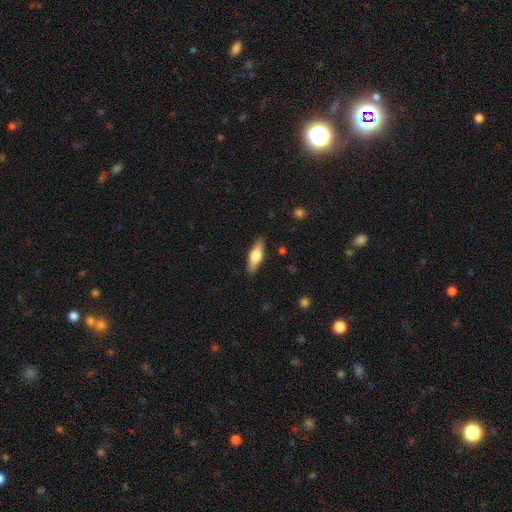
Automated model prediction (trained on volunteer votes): Smooth or featured? Predicted: smooth (p=0.53). How rounded? Predicted: in between (p=0.50). Merging? Predicted: none (p=0.88).